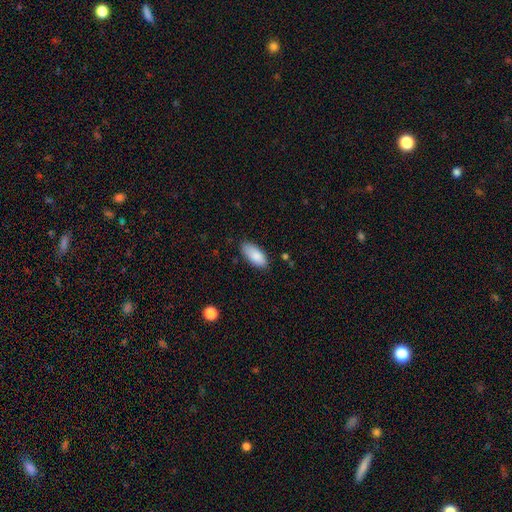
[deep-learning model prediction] A smooth galaxy with no disk features (88%) that is in between round and cigar-shaped (90%).

Vote fractions:
- Smooth or featured? smooth: 88% / star or artifact: 6% / featured or disk: 6%
- How rounded? in between: 90% / cigar-shaped: 9% / round: 2%
- Merging? none: 80% / minor disturbance: 16% / major disturbance: 3% / merger: 1%